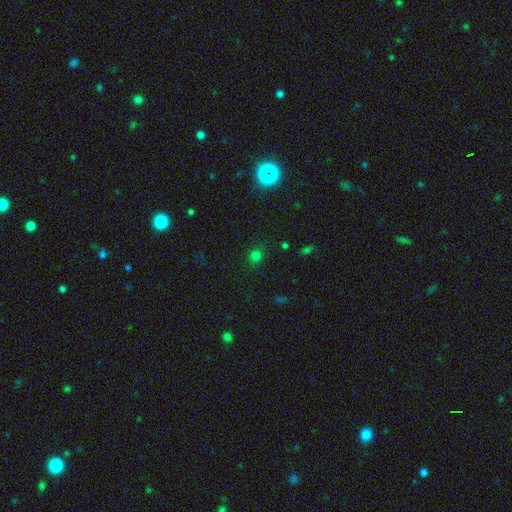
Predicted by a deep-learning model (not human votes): This is likely a smooth galaxy (73%). How rounded: clearly round (89%). Merging: clearly none (87%).